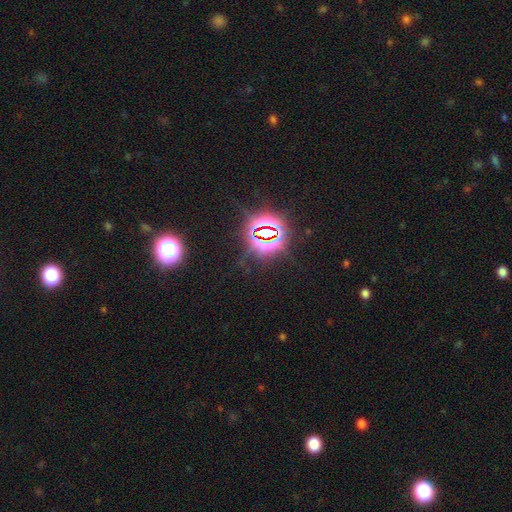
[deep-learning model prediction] Morphology: type=star or artifact (80%).